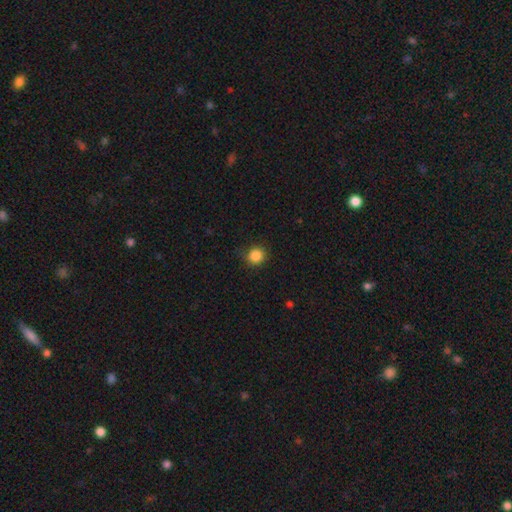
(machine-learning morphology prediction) This appears to be a smooth galaxy with no disk features (86%) that is round (90%). Merging: none (85%).